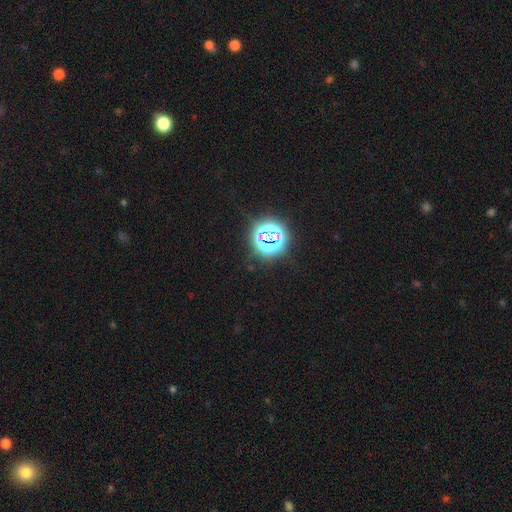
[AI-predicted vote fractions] The model was most divided on "smooth or featured": star or artifact: 77%, smooth: 16%, featured or disk: 8%.